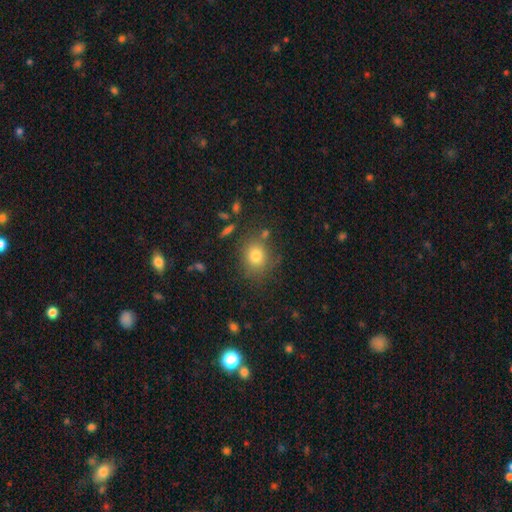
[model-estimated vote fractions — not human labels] The model was most divided on "how rounded": round: 70%, in between: 29%, cigar-shaped: 1%. More confident: smooth or featured — smooth (79%); merging — none (75%).